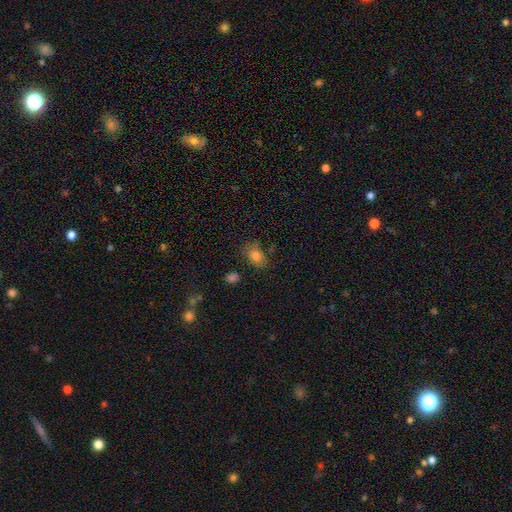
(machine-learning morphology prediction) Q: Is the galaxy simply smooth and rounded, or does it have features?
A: smooth — 80%.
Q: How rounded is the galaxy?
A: in between — 69%.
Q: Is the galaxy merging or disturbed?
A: none — 68%.